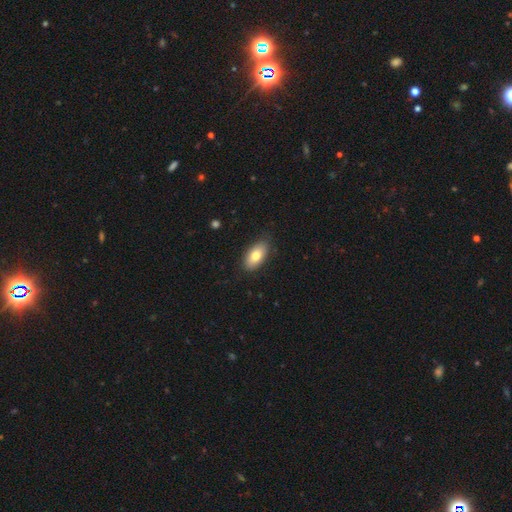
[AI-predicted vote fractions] This appears to be a smooth galaxy with no disk features (77%) that is in between round and cigar-shaped (92%). Merging: none (84%).